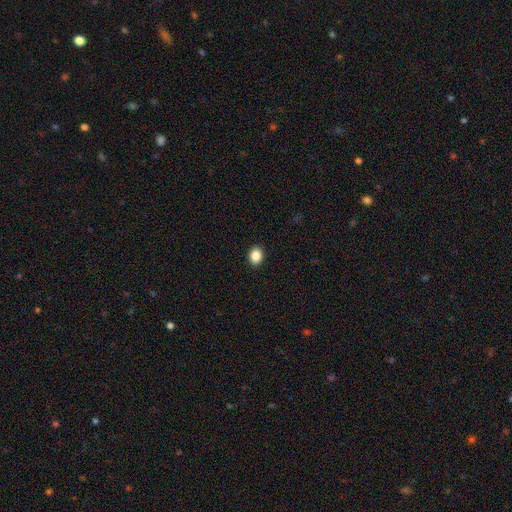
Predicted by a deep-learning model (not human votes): smooth 87%, star or artifact 9%, featured or disk 4%. Down the decision tree: how rounded — round (50%, tied with in between); merging — none (91%).